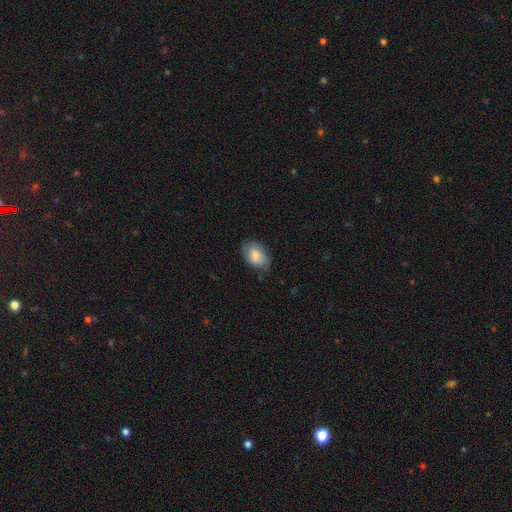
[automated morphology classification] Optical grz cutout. It shows a smooth galaxy with no disk features (81%) that is in between round and cigar-shaped (88%). Merging: none (75%).